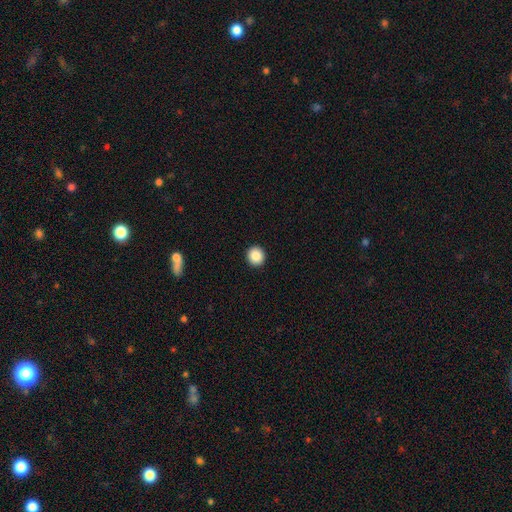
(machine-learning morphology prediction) A smooth galaxy with no disk features (87%) that is round (91%).

Vote fractions:
- Smooth or featured? smooth: 87% / star or artifact: 9% / featured or disk: 4%
- How rounded? round: 91% / in between: 8% / cigar-shaped: 1%
- Merging? none: 94% / minor disturbance: 4% / major disturbance: 1% / merger: 1%